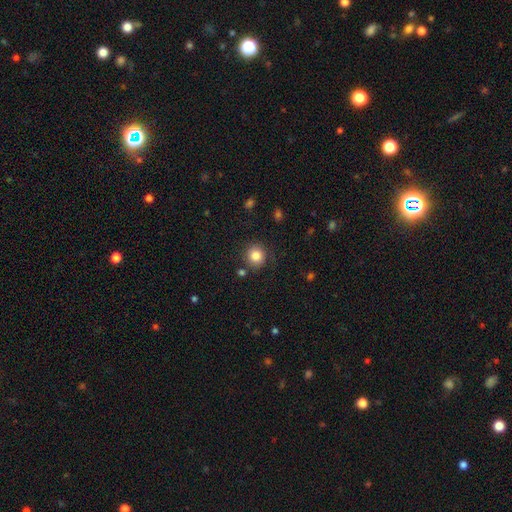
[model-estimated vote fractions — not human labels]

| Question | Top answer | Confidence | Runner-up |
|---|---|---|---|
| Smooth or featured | smooth | 83% | star or artifact (10%) |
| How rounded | round | 91% | in between (8%) |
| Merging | none | 83% | minor disturbance (10%) |